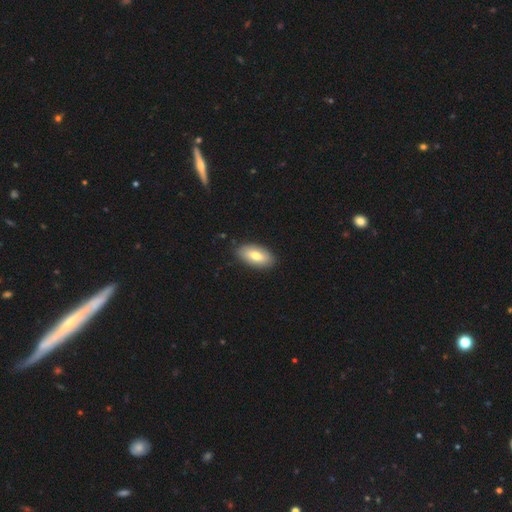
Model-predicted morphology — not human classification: Smooth or featured: smooth — 74% (featured or disk — 20%)
How rounded: in between — 92% (cigar-shaped — 5%)
Merging: none — 87% (minor disturbance — 10%)